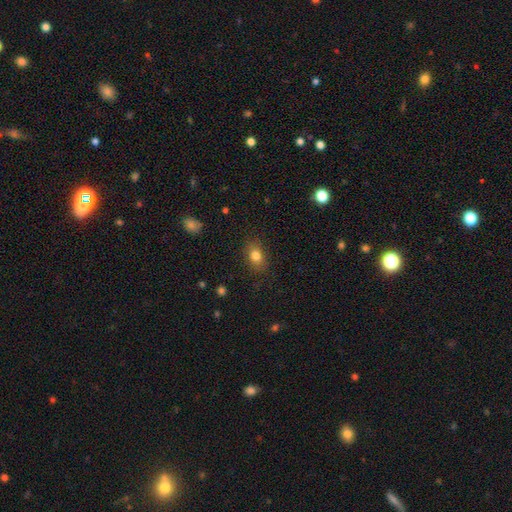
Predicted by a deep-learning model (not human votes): Morphology: type=smooth (80%); roundness=in between (70%); merging=none (84%).